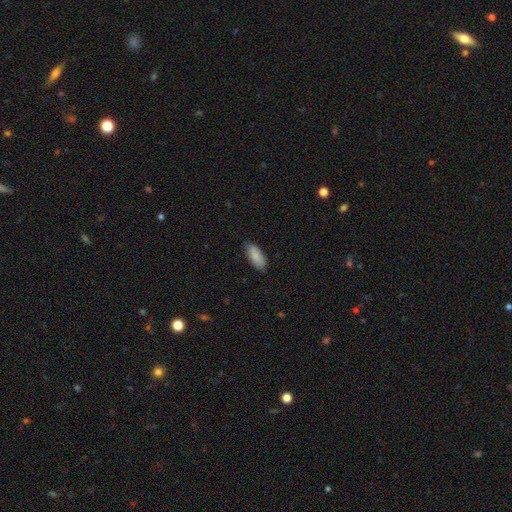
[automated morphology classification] The model was most divided on "merging": none: 82%, minor disturbance: 14%, major disturbance: 2%, merger: 1%. More confident: smooth or featured — smooth (86%); how rounded — in between (83%).